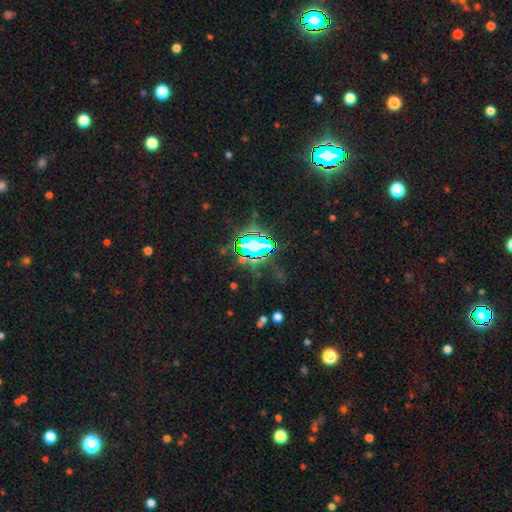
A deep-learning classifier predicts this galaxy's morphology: A star or artifact, not a galaxy (80%).

Vote fractions:
- Smooth or featured? star or artifact: 80% / smooth: 13% / featured or disk: 8%